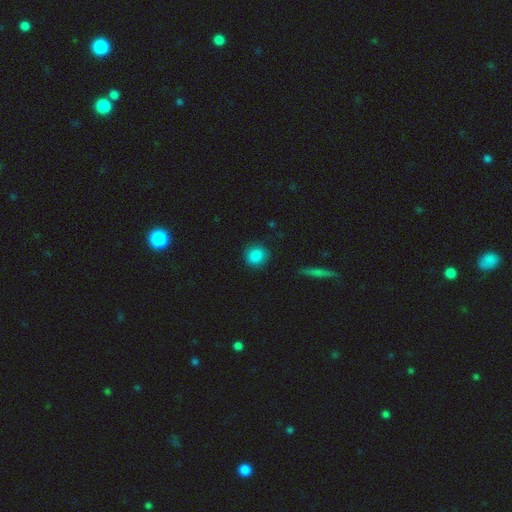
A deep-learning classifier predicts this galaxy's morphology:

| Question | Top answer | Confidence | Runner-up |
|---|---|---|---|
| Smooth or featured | smooth | 87% | star or artifact (9%) |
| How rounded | round | 86% | in between (12%) |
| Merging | none | 88% | minor disturbance (9%) |